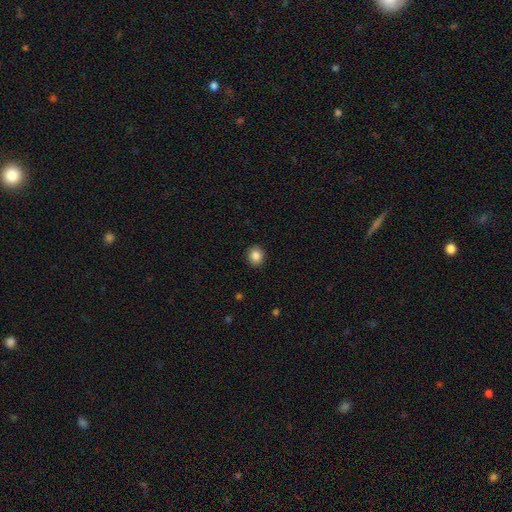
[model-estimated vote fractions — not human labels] Smooth or featured?
  - smooth: 86% *
  - star or artifact: 9%
  - featured or disk: 5%
How rounded?
  - round: 81% *
  - in between: 18%
  - cigar-shaped: 1%
Merging?
  - none: 91% *
  - minor disturbance: 6%
  - major disturbance: 2%
  - merger: 1%